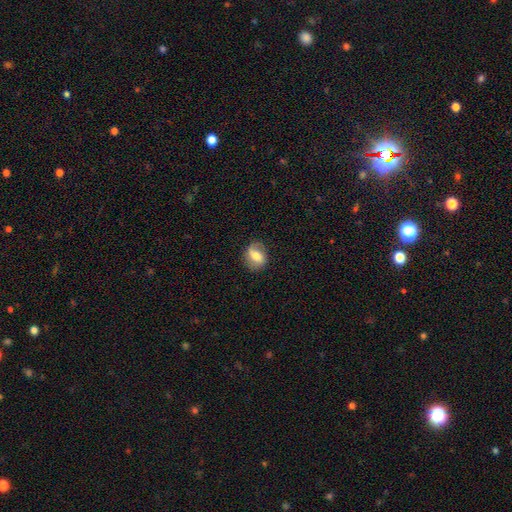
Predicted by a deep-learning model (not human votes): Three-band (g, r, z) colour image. It shows a smooth galaxy with no disk features (53%) that is in between round and cigar-shaped (51%). Merging: none (75%).